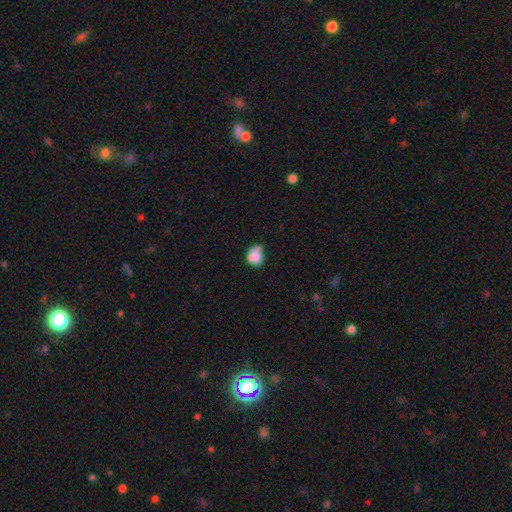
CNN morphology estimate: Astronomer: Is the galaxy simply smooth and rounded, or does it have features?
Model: smooth — 80%.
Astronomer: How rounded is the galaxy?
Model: round — 55% (runner-up: in between, 44%).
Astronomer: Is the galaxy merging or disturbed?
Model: none — 39% (runner-up: minor disturbance, 35%).